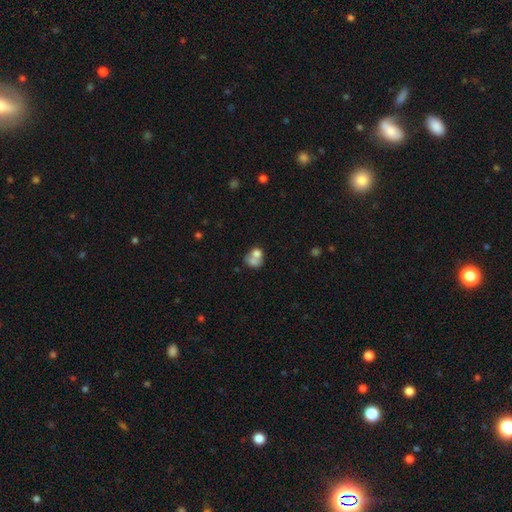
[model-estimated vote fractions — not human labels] smooth 68%, featured or disk 22%, star or artifact 10%. Down the decision tree: how rounded — round (57%); merging — merger (60%).